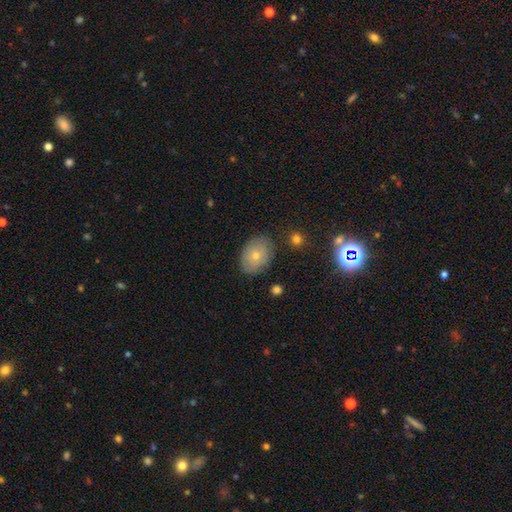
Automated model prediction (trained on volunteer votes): Overall: smooth (65%; featured or disk 27%). How rounded: in between (75%). Merging: none (82%).